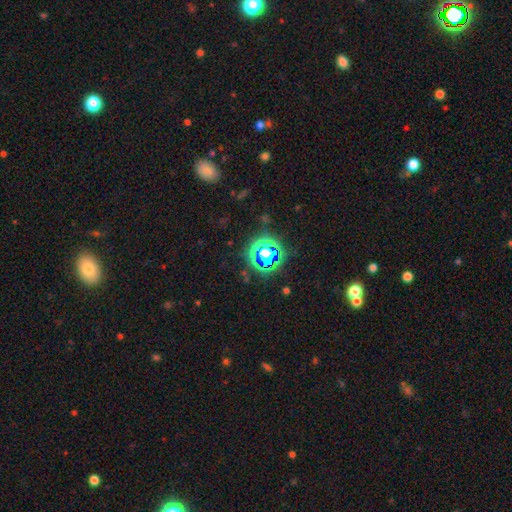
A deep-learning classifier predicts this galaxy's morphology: Smooth or featured: star or artifact — 76% (smooth — 16%)